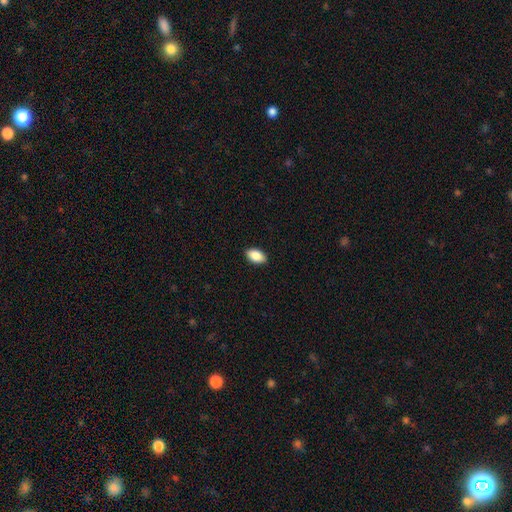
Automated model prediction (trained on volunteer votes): A smooth galaxy with no disk features (88%) that is in between round and cigar-shaped (94%).

Vote fractions:
- Smooth or featured? smooth: 88% / star or artifact: 7% / featured or disk: 5%
- How rounded? in between: 94% / round: 5% / cigar-shaped: 2%
- Merging? none: 90% / minor disturbance: 7% / major disturbance: 2% / merger: 1%